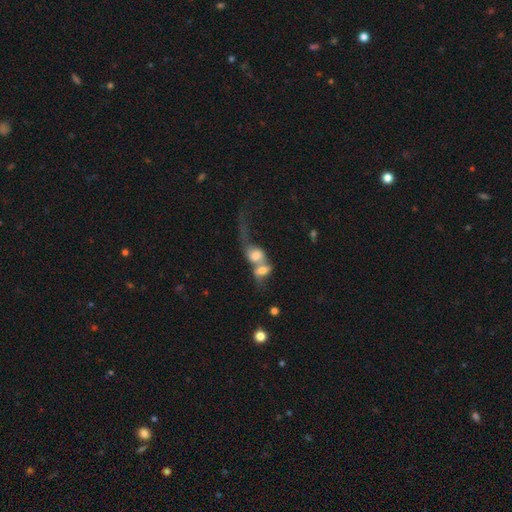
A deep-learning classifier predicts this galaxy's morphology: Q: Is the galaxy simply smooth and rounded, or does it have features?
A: smooth — 52%.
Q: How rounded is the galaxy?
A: in between — 64%.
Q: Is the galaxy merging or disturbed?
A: merger — 80%.